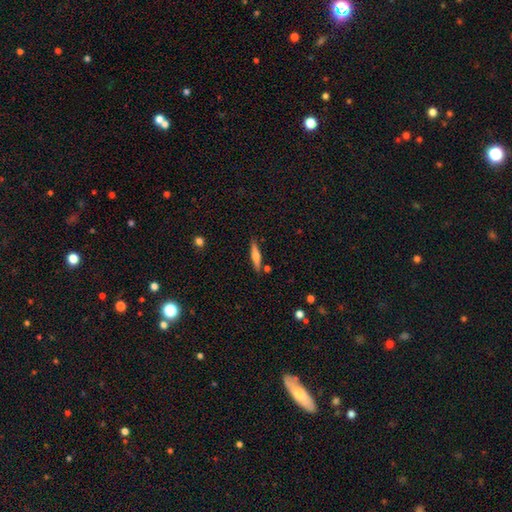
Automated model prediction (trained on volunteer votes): A smooth galaxy with no disk features (55%) that is cigar-shaped (82%). Merging: none (83%).